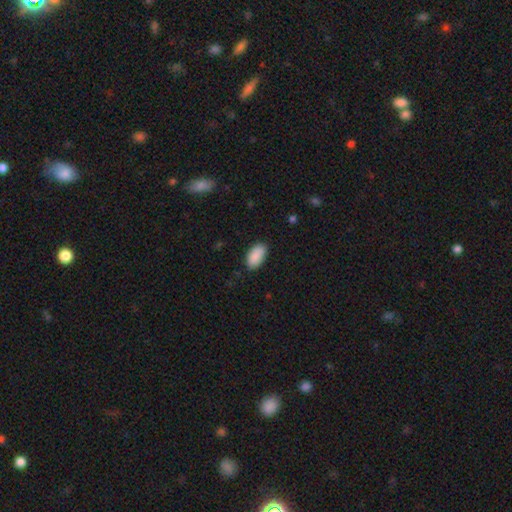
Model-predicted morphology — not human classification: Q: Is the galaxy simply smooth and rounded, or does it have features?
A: smooth — 91%.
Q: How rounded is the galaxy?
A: in between — 95%.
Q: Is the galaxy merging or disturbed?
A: none — 86%.